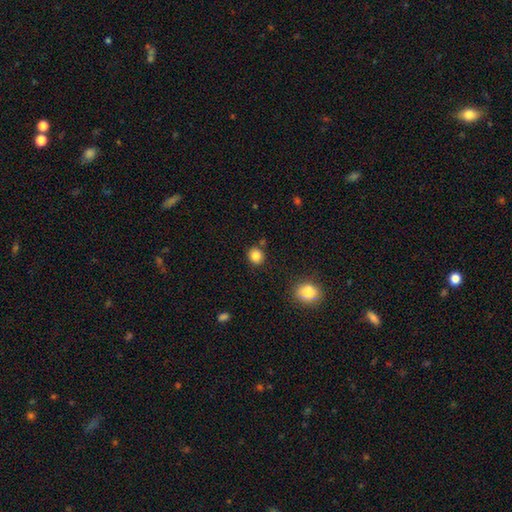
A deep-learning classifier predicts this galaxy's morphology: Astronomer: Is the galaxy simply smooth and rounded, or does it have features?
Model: smooth — 86%.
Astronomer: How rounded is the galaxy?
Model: round — 83%.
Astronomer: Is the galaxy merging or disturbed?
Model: none — 83%.